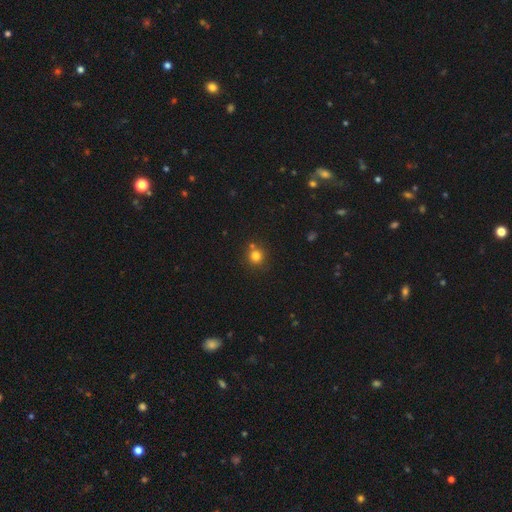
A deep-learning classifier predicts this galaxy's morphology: Smooth or featured: smooth — 80% (star or artifact — 14%)
How rounded: round — 91% (in between — 8%)
Merging: none — 73% (merger — 15%)